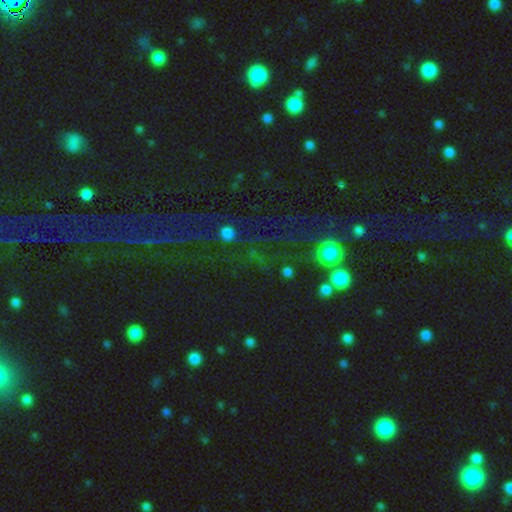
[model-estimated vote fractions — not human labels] Smooth or featured? star or artifact (65%)